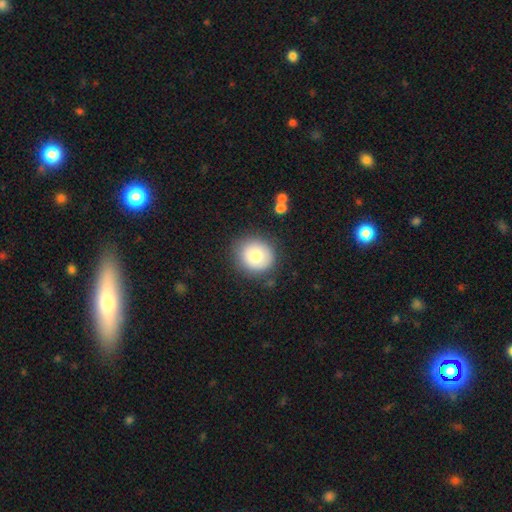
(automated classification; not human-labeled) Q: Smooth or featured?
A: smooth (78%); runner-up: featured or disk (13%)
Q: How rounded?
A: round (87%); runner-up: in between (12%)
Q: Merging?
A: none (82%); runner-up: minor disturbance (12%)